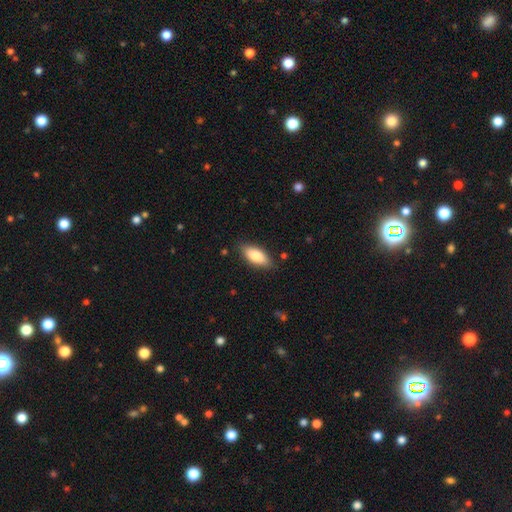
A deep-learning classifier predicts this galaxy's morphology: Smooth or featured?
  - smooth: 81% *
  - featured or disk: 13%
  - star or artifact: 6%
How rounded?
  - in between: 82% *
  - cigar-shaped: 16%
  - round: 2%
Merging?
  - none: 83% *
  - minor disturbance: 13%
  - major disturbance: 3%
  - merger: 1%